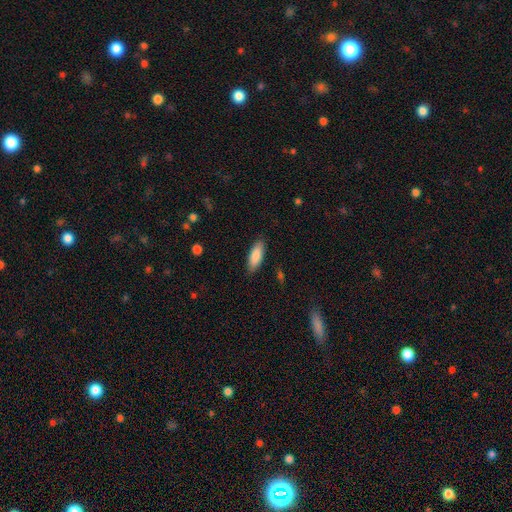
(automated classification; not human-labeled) A smooth galaxy with no disk features (86%) that is in between round and cigar-shaped (64%). Merging: none (87%).